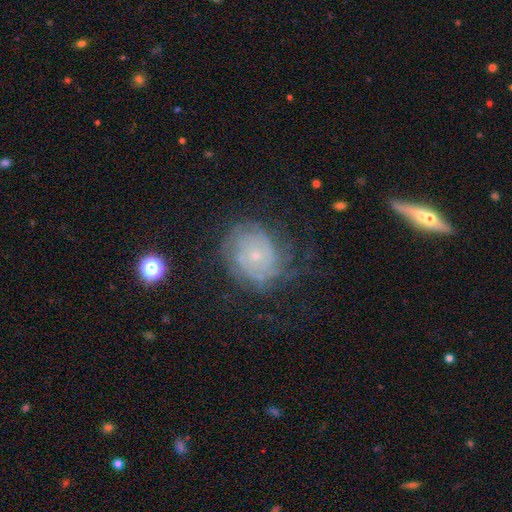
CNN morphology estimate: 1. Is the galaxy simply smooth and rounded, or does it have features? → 75% featured or disk, 16% smooth, 9% star or artifact.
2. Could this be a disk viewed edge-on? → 97% no, 3% yes.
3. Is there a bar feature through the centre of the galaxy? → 81% no, 17% weak, 3% strong.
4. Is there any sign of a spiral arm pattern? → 89% yes, 11% no.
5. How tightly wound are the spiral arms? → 72% tight, 21% medium, 7% loose.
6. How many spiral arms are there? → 48% can't tell, 19% 2, 12% 3, 9% 4, 6% more than 4, 6% 1.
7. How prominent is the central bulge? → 77% small, 17% moderate, 3% none, 1% large, 1% dominant.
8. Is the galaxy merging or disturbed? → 63% none, 21% minor disturbance, 14% major disturbance, 2% merger.